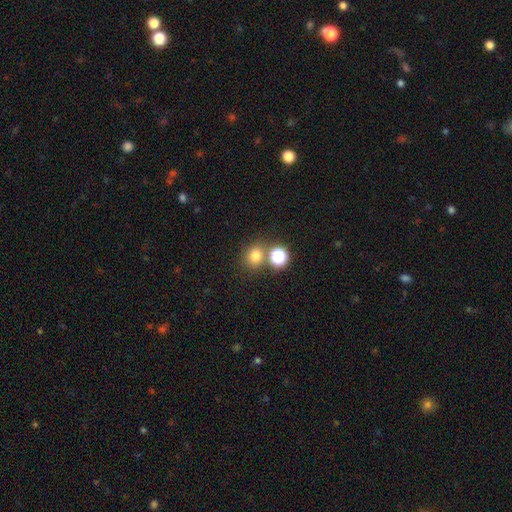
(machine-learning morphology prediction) Overall: smooth (75%). How rounded: round (78%). Merging: none (67%).